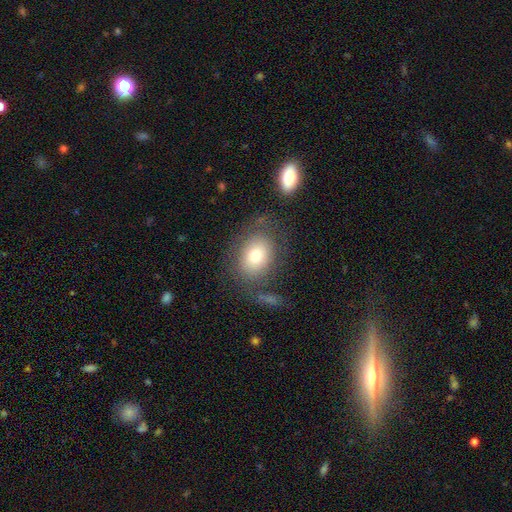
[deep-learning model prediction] This is likely a smooth galaxy (73%). How rounded: possibly in between (58%). Merging: likely none (68%).